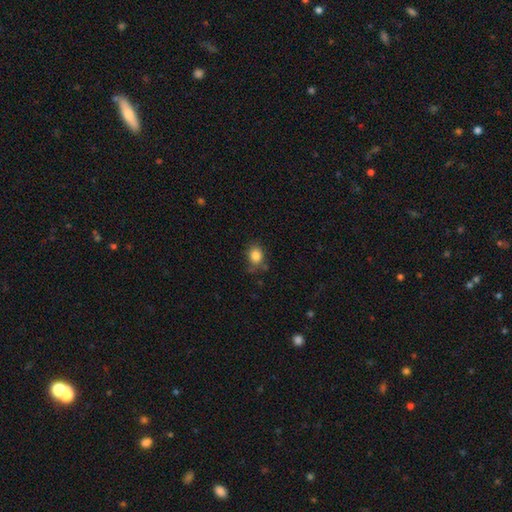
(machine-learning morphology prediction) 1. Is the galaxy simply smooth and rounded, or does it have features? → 84% smooth, 10% star or artifact, 6% featured or disk.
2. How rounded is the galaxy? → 60% round, 39% in between, 1% cigar-shaped.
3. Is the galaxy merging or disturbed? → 71% none, 20% minor disturbance, 5% major disturbance, 4% merger.